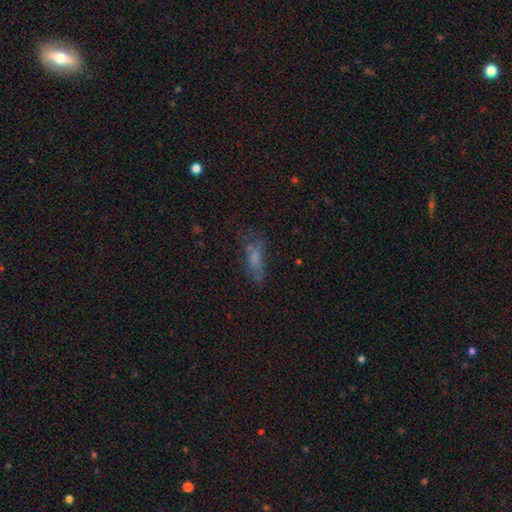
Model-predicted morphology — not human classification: type=smooth (52%); roundness=in between (52%); merging=none (51%).